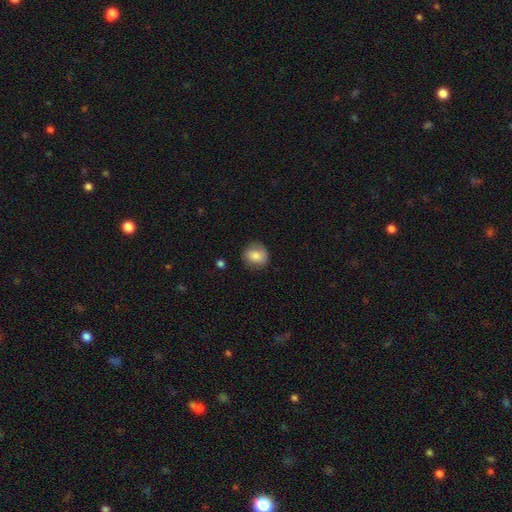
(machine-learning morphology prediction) smooth_or_featured: smooth (p=0.79) [alt: featured or disk p=0.13]
how_rounded: round (p=0.73) [alt: in between p=0.26]
merging: none (p=0.77) [alt: minor disturbance p=0.17]